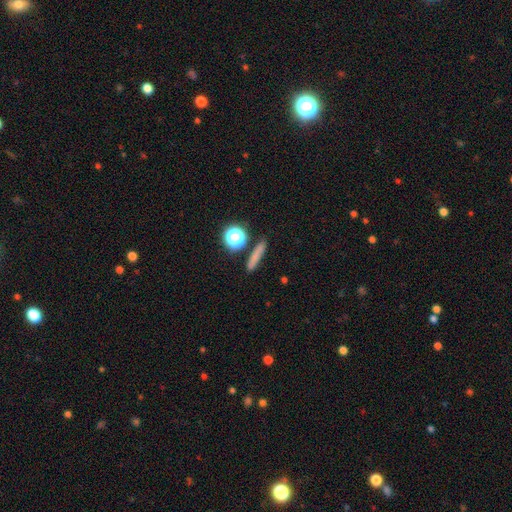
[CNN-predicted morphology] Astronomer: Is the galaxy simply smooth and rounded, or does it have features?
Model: smooth — 72%.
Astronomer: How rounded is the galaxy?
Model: cigar-shaped — 71%.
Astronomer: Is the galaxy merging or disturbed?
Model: none — 83%.